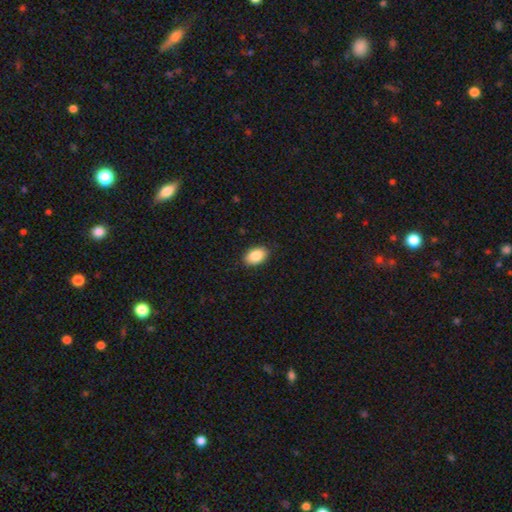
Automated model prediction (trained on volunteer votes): The model was most divided on "merging": none: 88%, minor disturbance: 9%, major disturbance: 2%, merger: 1%. More confident: how rounded — in between (89%); smooth or featured — smooth (87%).